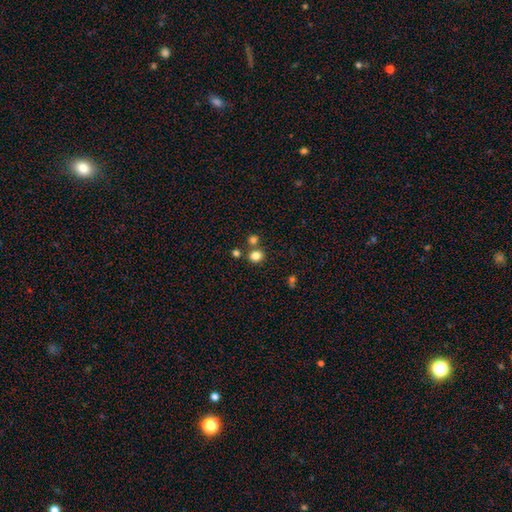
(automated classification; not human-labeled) Smooth or featured?
  - smooth: 82% *
  - star or artifact: 13%
  - featured or disk: 5%
How rounded?
  - round: 73% *
  - in between: 26%
  - cigar-shaped: 1%
Merging?
  - none: 69% *
  - merger: 19%
  - minor disturbance: 9%
  - major disturbance: 3%